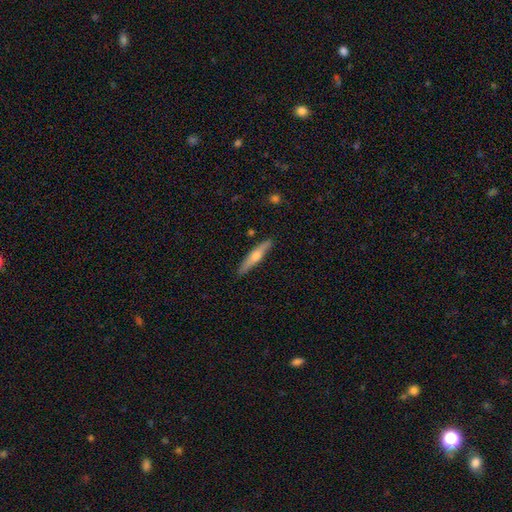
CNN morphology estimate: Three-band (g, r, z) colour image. It shows a featured or disk galaxy (52%) viewed edge-on (93%). Merging: none (89%).